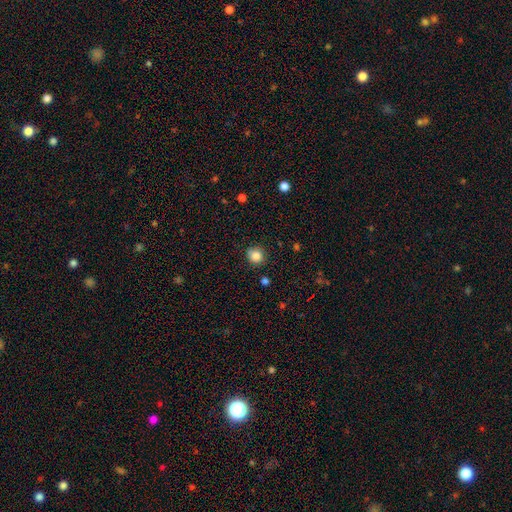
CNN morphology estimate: Smooth or featured? Predicted: smooth (p=0.85). How rounded? Predicted: round (p=0.90). Merging? Predicted: none (p=0.85).